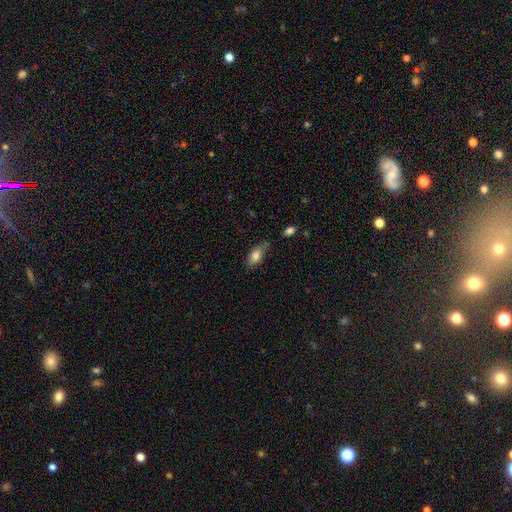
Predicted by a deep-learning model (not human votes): Smooth or featured? smooth (80%)
How rounded? in between (85%)
Merging? none (61%)